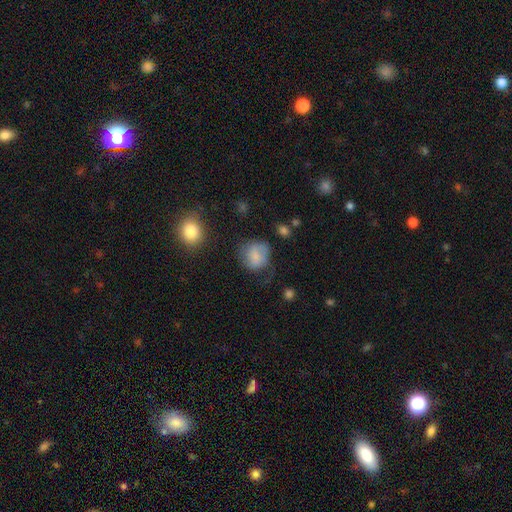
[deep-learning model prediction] Smooth or featured: smooth — 67% (featured or disk — 23%)
How rounded: round — 73% (in between — 26%)
Merging: none — 46% (minor disturbance — 27%)